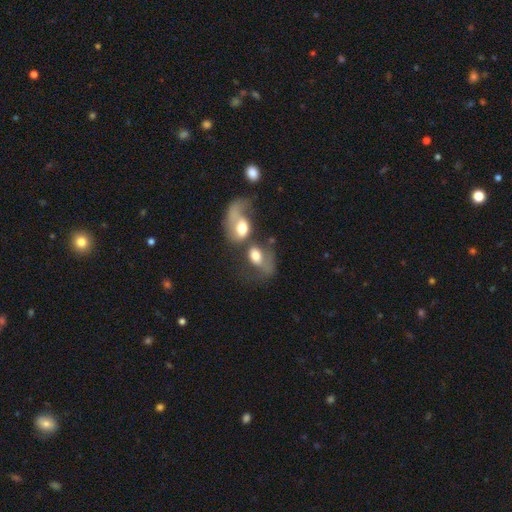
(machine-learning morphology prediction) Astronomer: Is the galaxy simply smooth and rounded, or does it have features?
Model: smooth — 58%.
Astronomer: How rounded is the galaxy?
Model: in between — 77%.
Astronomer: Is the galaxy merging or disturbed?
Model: merger — 64%.